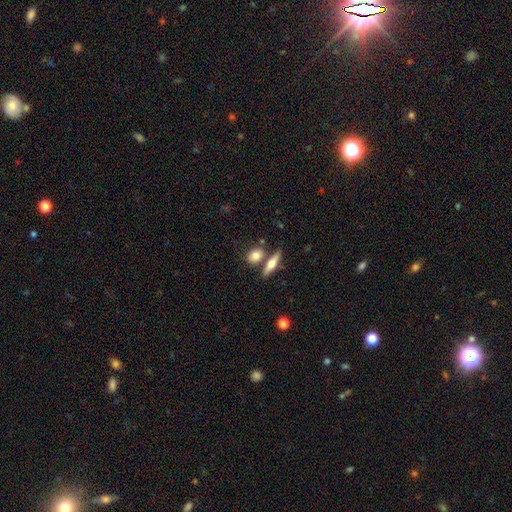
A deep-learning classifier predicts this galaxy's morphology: Smooth or featured?
  - smooth: 72% *
  - featured or disk: 21%
  - star or artifact: 7%
How rounded?
  - in between: 53% *
  - round: 34%
  - cigar-shaped: 13%
Merging?
  - none: 65% *
  - merger: 21%
  - minor disturbance: 11%
  - major disturbance: 3%